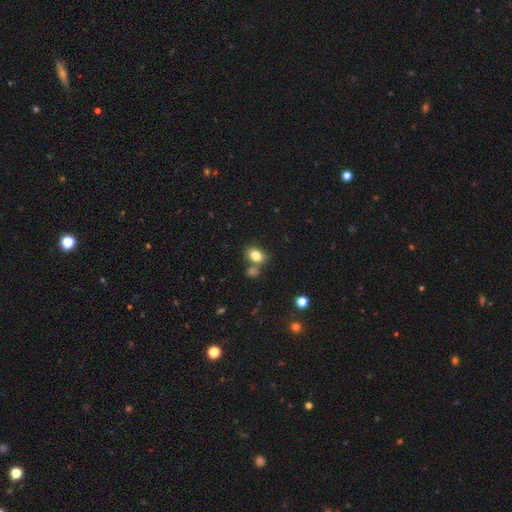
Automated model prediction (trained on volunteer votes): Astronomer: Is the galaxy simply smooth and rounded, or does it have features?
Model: smooth — 82%.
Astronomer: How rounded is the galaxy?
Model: in between — 69%.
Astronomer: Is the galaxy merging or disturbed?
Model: none — 64%.